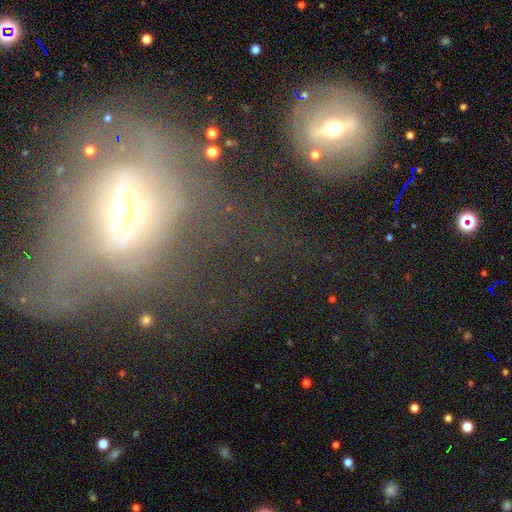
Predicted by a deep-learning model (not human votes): featured or disk 47%, smooth 30%, star or artifact 23%. Down the decision tree: merging — major disturbance (41%).